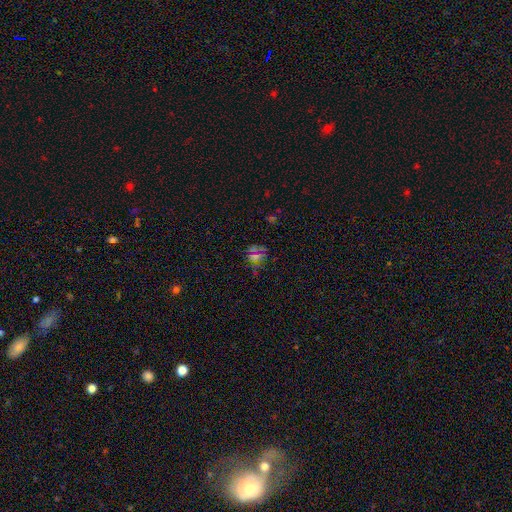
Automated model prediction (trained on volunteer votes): The model was most divided on "smooth or featured" (2-way tie): smooth: 43%, star or artifact: 43%, featured or disk: 13%. More confident: merging — none (68%).